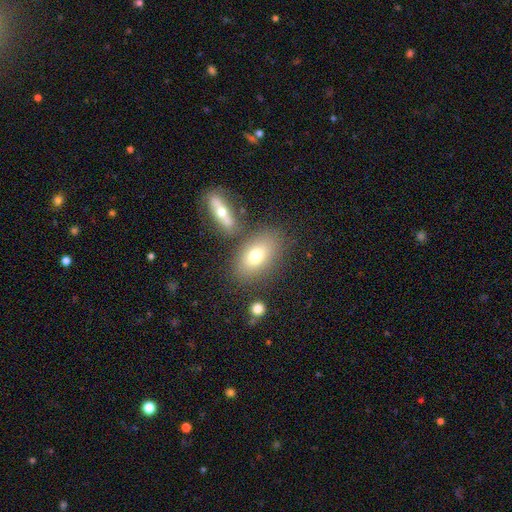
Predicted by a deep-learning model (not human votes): Smooth or featured: smooth — 73% (featured or disk — 18%)
How rounded: in between — 86% (round — 10%)
Merging: none — 69% (merger — 15%)